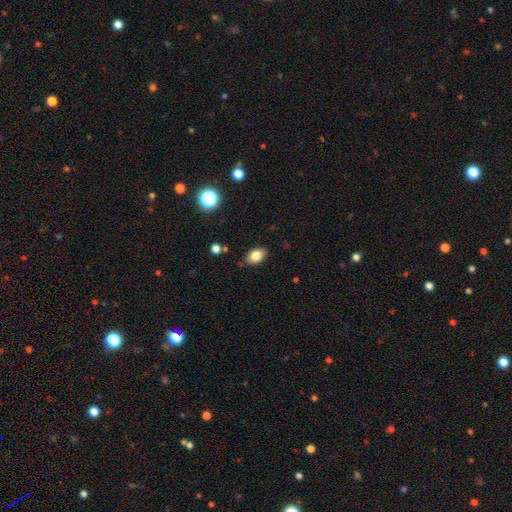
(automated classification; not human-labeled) The model was most divided on "smooth or featured": smooth: 82%, star or artifact: 9%, featured or disk: 9%. More confident: how rounded — in between (86%); merging — none (85%).